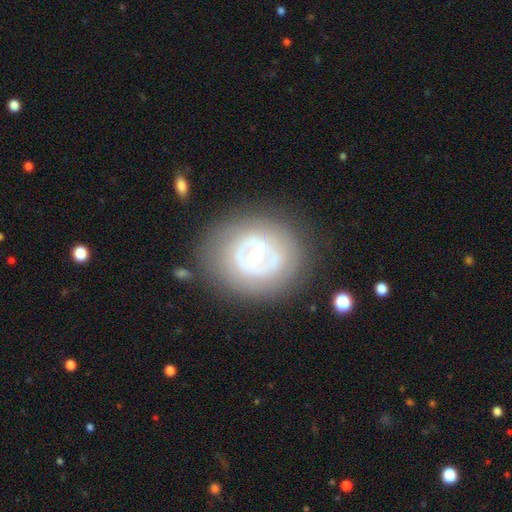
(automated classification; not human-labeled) This is likely a featured or disk galaxy (68%). It is clearly not viewed edge-on (96%). Bar: possibly no (55%). Spiral arm pattern: likely no (77%). Central bulge: possibly small (52%). Merging: likely none (76%).